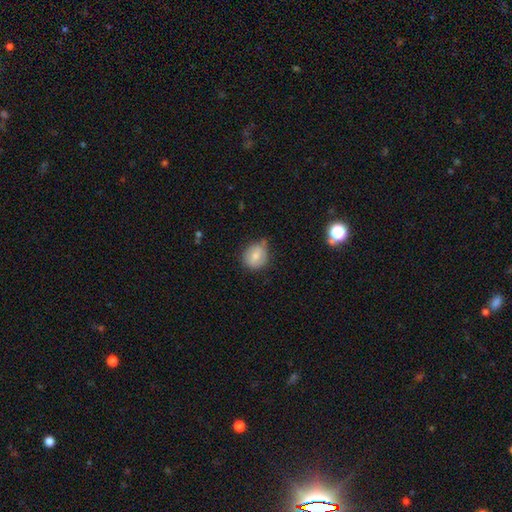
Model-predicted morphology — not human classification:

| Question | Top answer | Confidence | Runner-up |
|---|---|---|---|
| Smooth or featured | smooth | 75% | featured or disk (17%) |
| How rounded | round | 74% | in between (25%) |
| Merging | none | 63% | minor disturbance (28%) |